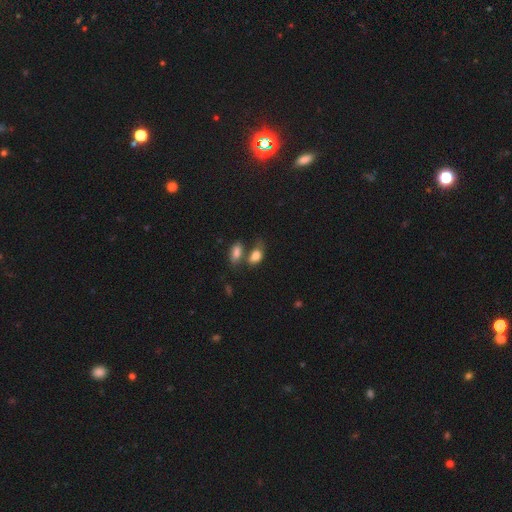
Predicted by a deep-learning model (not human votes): This appears to be a smooth galaxy with no disk features (81%) that is in between round and cigar-shaped (87%). Merging: merger (40%).